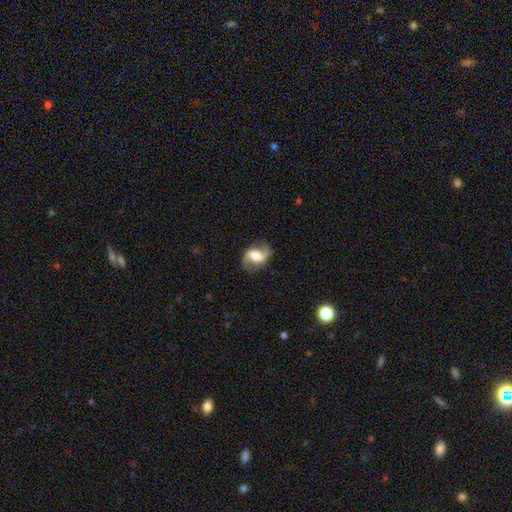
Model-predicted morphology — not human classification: Smooth or featured: featured or disk — 74% (smooth — 19%)
Edge-on disk: no — 96% (yes — 4%)
Bar: weak — 41% (no — 30%)
Spiral arms: yes — 90% (no — 10%)
Spiral winding: loose — 52% (medium — 38%)
Spiral arm count: 2 — 91% (1 — 3%)
Bulge size: moderate — 42% (large — 35%)
Merging: none — 78% (minor disturbance — 14%)